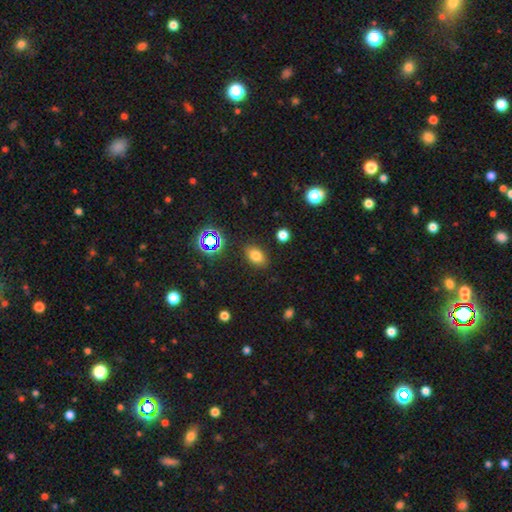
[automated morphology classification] This is likely a smooth galaxy (75%). How rounded: clearly in between (81%). Merging: clearly none (85%).